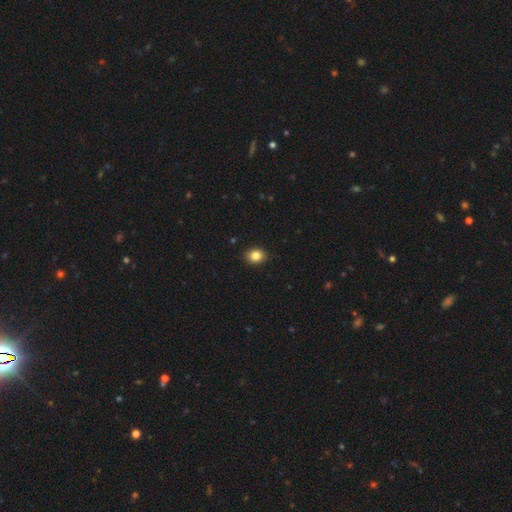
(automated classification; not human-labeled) Morphology: type=smooth (84%); roundness=round (56%); merging=none (90%).